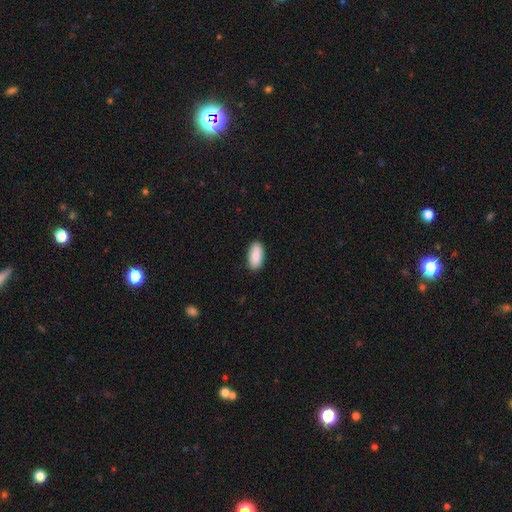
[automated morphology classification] Smooth or featured? Predicted: smooth (p=0.88). How rounded? Predicted: in between (p=0.93). Merging? Predicted: none (p=0.88).